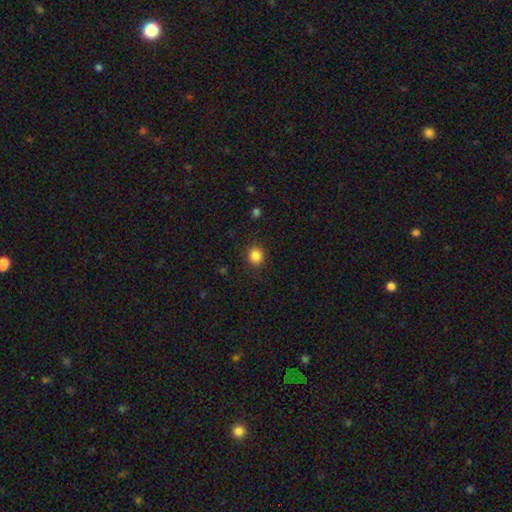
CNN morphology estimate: smooth 85%, star or artifact 11%, featured or disk 4%. Down the decision tree: how rounded — round (87%); merging — none (88%).